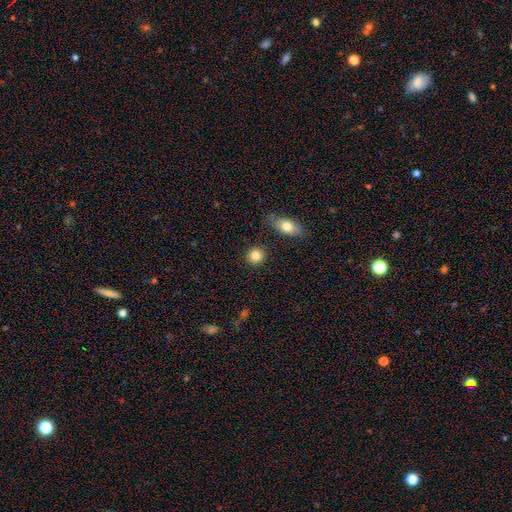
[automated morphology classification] This appears to be a smooth galaxy with no disk features (84%) that is round (84%). Merging: none (87%).